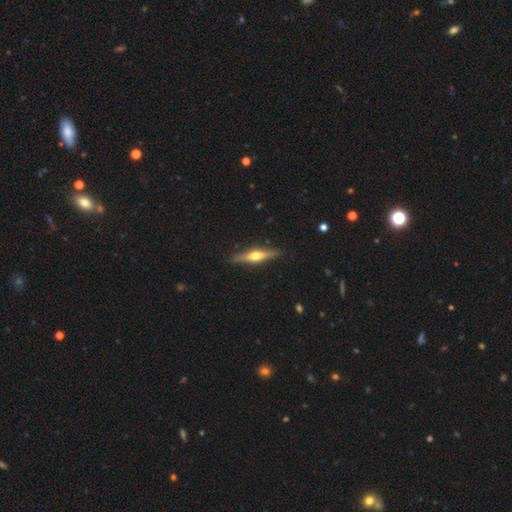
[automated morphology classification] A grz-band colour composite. It shows a featured or disk galaxy (62%) viewed edge-on (95%) with a rounded central bulge (93%). Merging: none (90%).